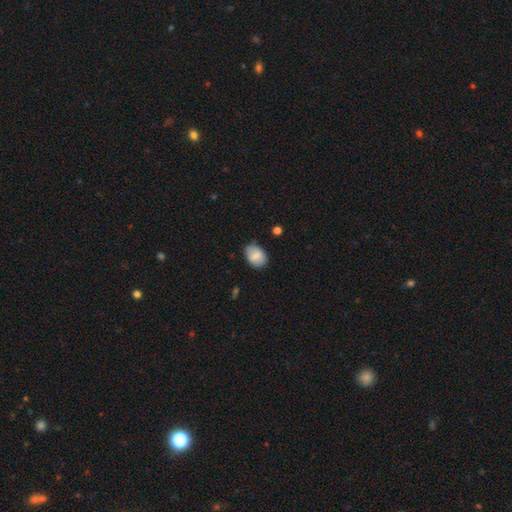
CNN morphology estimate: smooth_or_featured: smooth (p=0.79) [alt: featured or disk p=0.14]
how_rounded: in between (p=0.74) [alt: round p=0.25]
merging: none (p=0.77) [alt: minor disturbance p=0.18]